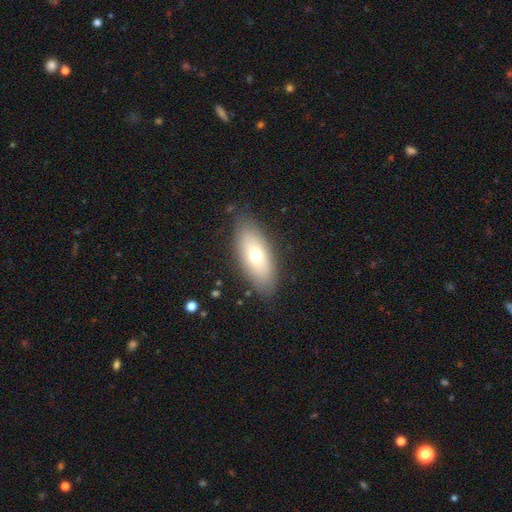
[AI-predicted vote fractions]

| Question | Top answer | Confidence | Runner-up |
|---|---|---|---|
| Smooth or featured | smooth | 67% | featured or disk (26%) |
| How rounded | in between | 83% | cigar-shaped (14%) |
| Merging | none | 84% | minor disturbance (12%) |